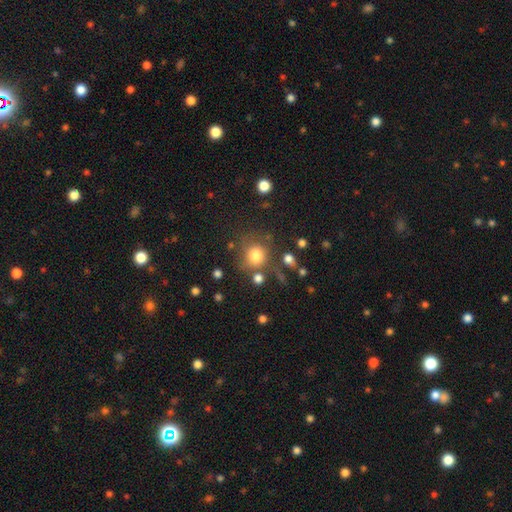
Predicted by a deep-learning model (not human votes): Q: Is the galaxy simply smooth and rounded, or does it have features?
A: smooth — 79%.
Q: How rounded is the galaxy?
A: round — 85%.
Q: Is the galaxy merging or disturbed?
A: none — 69%.